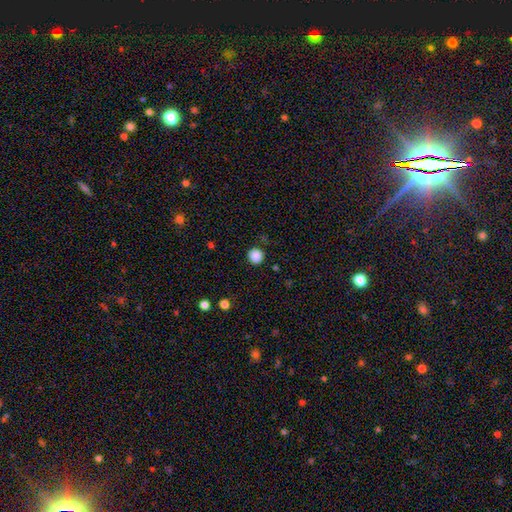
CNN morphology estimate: type=smooth (87%); roundness=round (93%); merging=none (89%).